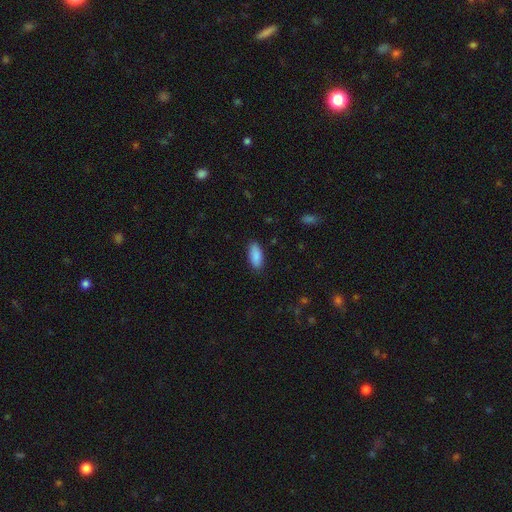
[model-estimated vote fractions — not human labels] This is clearly a smooth galaxy (90%). How rounded: clearly in between (88%). Merging: clearly none (88%).